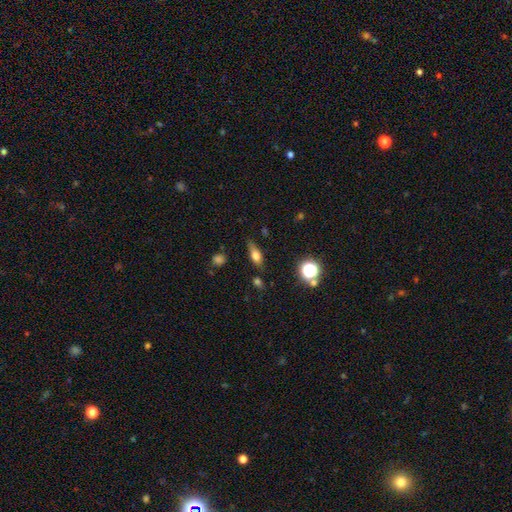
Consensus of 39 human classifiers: Smooth or featured: smooth — 77% (featured or disk — 21%)
How rounded: in between — 67% (cigar-shaped — 30%)
Merging: none — 61% (minor disturbance — 32%)